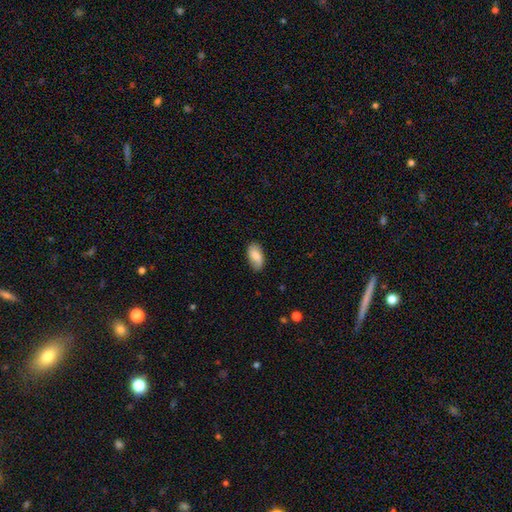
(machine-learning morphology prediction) Smooth or featured? smooth (78%)
How rounded? in between (93%)
Merging? none (79%)